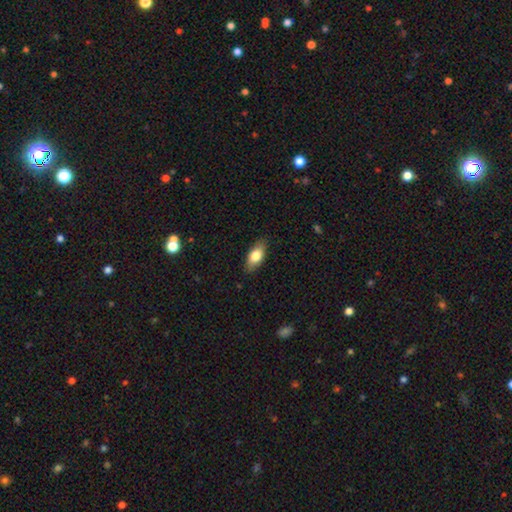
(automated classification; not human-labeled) Overall: smooth (76%). How rounded: in between (85%). Merging: none (85%).